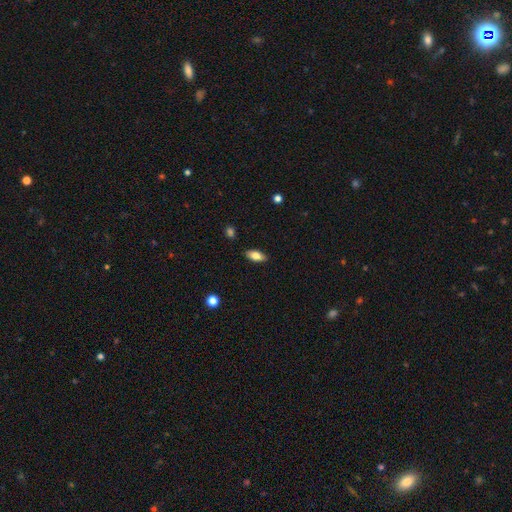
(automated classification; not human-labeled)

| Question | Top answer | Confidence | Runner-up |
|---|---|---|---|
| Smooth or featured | smooth | 78% | featured or disk (15%) |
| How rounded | in between | 87% | cigar-shaped (10%) |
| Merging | none | 88% | minor disturbance (9%) |